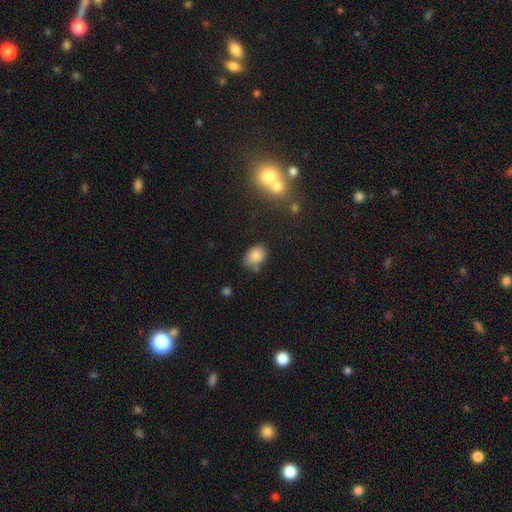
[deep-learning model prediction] Smooth or featured? Predicted: smooth (p=0.83). How rounded? Predicted: in between (p=0.65). Merging? Predicted: none (p=0.59).